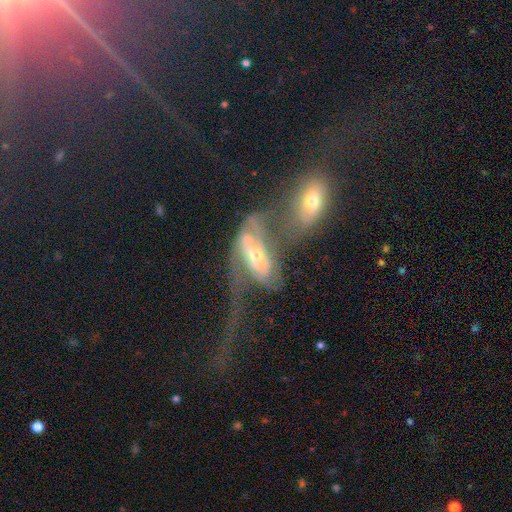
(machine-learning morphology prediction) Smooth or featured? Predicted: featured or disk (p=0.70). Edge-on disk? Predicted: no (p=0.89). Bar? Predicted: no (p=0.51). Spiral arms? Predicted: yes (p=0.67). Bulge size? Predicted: moderate (p=0.52). Merging? Predicted: merger (p=0.53).